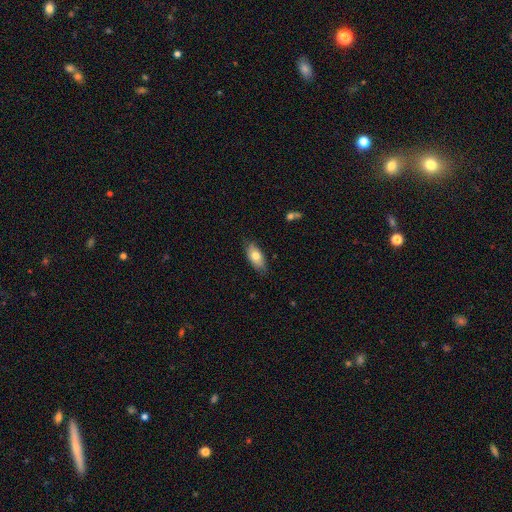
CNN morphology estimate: A smooth galaxy with no disk features (70%) that is in between round and cigar-shaped (86%).

Vote fractions:
- Smooth or featured? smooth: 70% / featured or disk: 24% / star or artifact: 7%
- How rounded? in between: 86% / cigar-shaped: 10% / round: 4%
- Merging? none: 80% / minor disturbance: 16% / major disturbance: 2% / merger: 1%